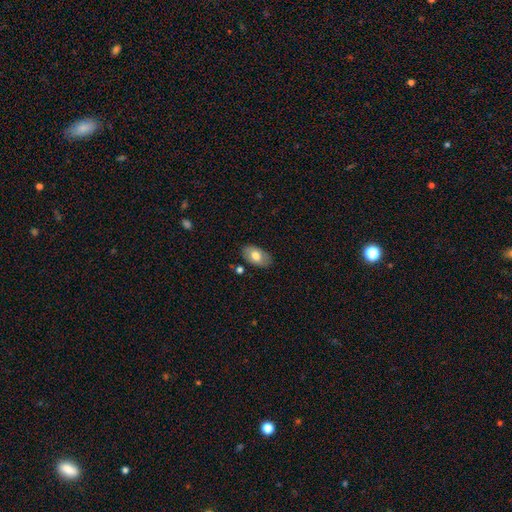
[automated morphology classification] smooth-or-featured: smooth: 69% | featured or disk: 25% | star or artifact: 6%
  how-rounded: in between: 93% | round: 6% | cigar-shaped: 1%
  merging: none: 81% | minor disturbance: 13% | major disturbance: 3% | merger: 3%